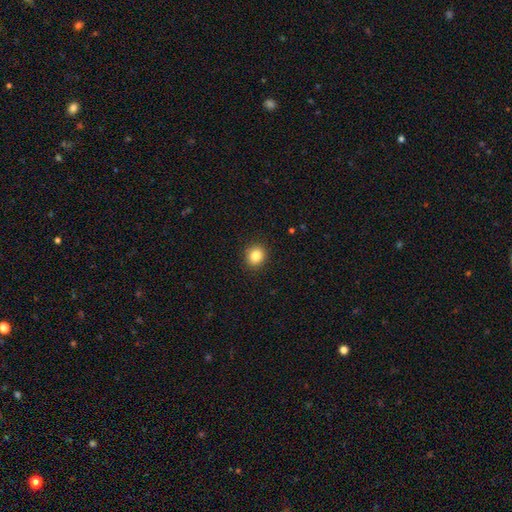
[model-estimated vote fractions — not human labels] This appears to be a smooth galaxy with no disk features (84%) that is round (82%). Merging: none (91%).